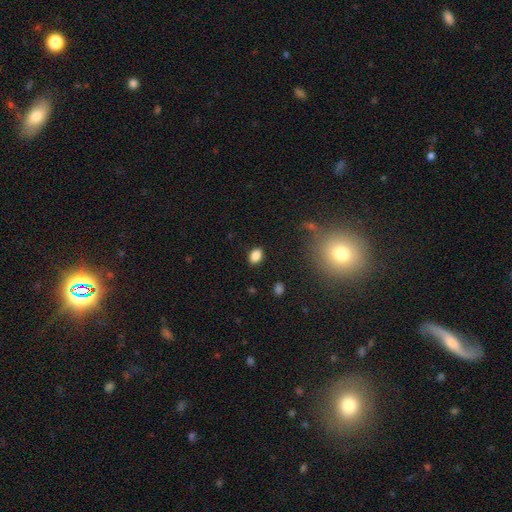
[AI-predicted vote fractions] Q: Smooth or featured?
A: smooth (85%); runner-up: star or artifact (10%)
Q: How rounded?
A: in between (78%); runner-up: round (20%)
Q: Merging?
A: none (86%); runner-up: minor disturbance (10%)